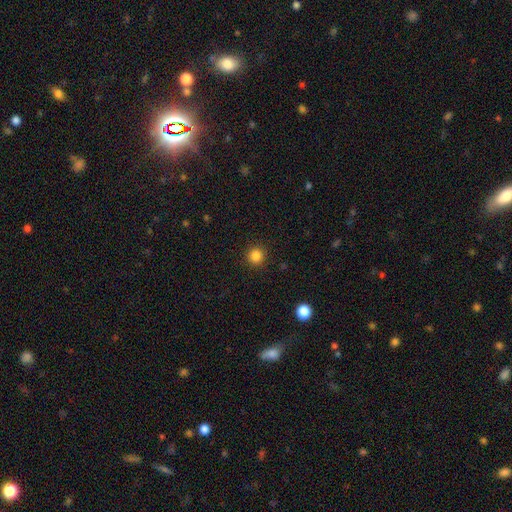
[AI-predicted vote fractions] Morphology: type=smooth (84%); roundness=round (95%); merging=none (92%).